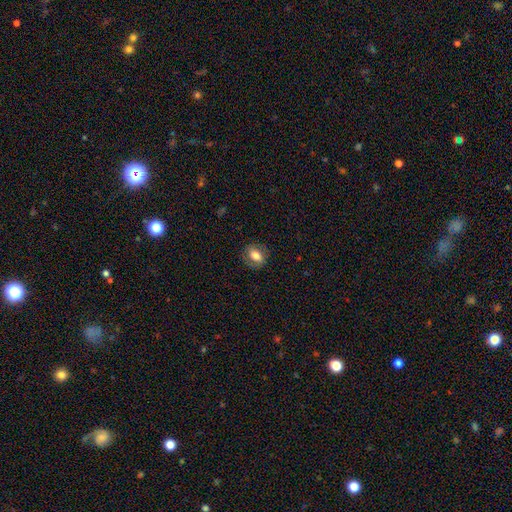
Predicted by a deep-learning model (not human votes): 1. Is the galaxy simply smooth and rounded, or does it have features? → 67% smooth, 25% featured or disk, 8% star or artifact.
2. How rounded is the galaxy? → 64% in between, 34% round, 2% cigar-shaped.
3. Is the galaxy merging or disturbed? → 79% none, 14% minor disturbance, 6% major disturbance, 1% merger.